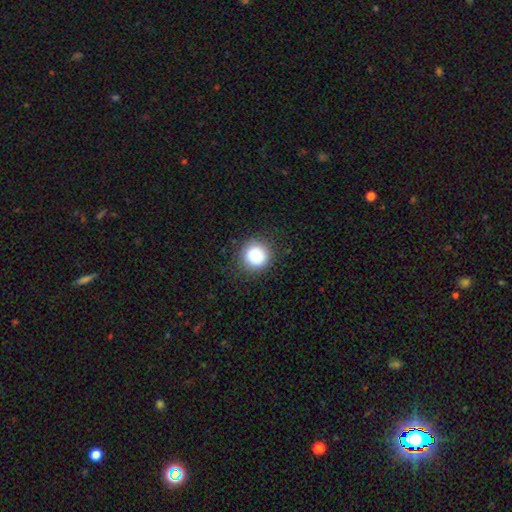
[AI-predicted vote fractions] This appears to be a smooth galaxy with no disk features (83%) that is round (95%). Merging: none (88%).